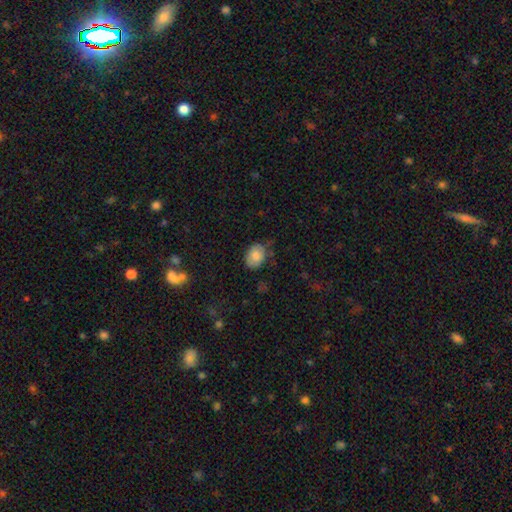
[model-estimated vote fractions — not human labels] The model was most divided on "how rounded": in between: 71%, round: 28%, cigar-shaped: 1%. More confident: smooth or featured — smooth (83%); merging — none (69%).